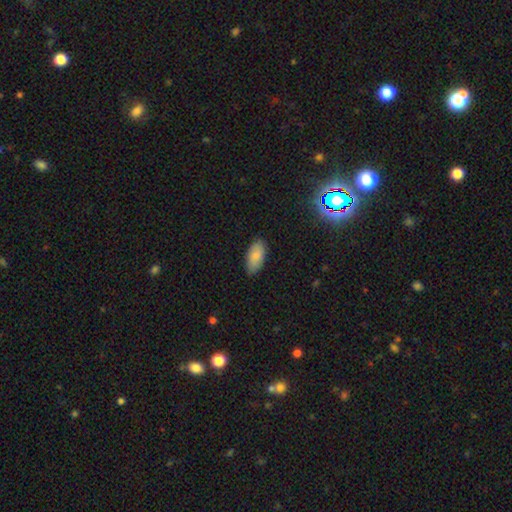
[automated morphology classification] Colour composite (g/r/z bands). It shows a smooth galaxy with no disk features (82%) that is in between round and cigar-shaped (93%). Merging: none (85%).